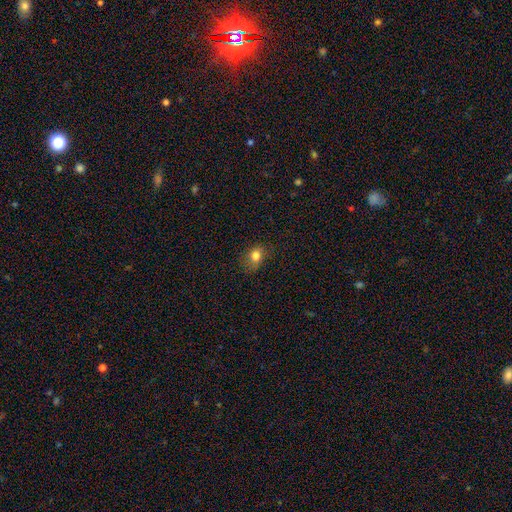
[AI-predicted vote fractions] This is likely a smooth galaxy (80%). How rounded: possibly in between (56%). Merging: likely none (72%).